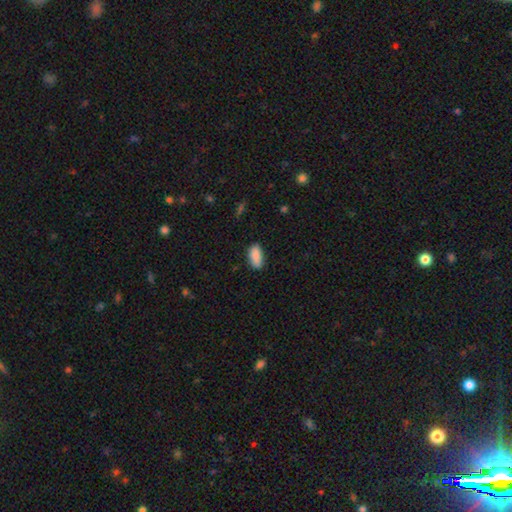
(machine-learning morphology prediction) Overall: smooth (88%). How rounded: in between (89%). Merging: none (78%).